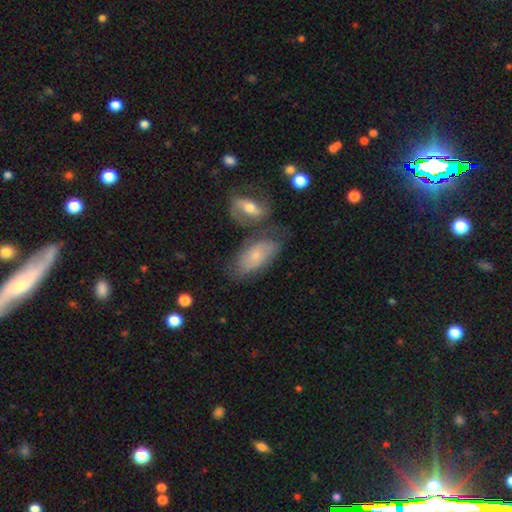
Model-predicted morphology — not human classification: This appears to be a smooth galaxy with no disk features (54%) that is in between round and cigar-shaped (89%). Merging: none (48%).